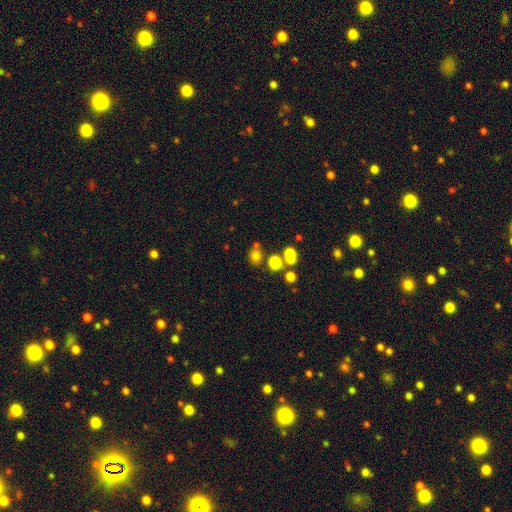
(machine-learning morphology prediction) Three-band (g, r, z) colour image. It shows a smooth galaxy with no disk features (71%) that is round (73%). Merging: none (61%).